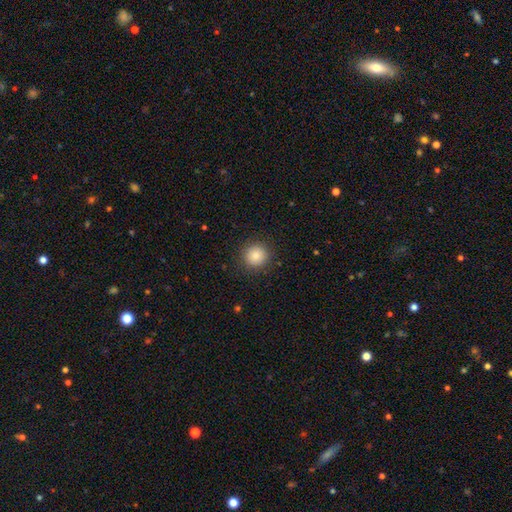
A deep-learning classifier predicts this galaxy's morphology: type=smooth (85%); roundness=round (93%); merging=none (91%).